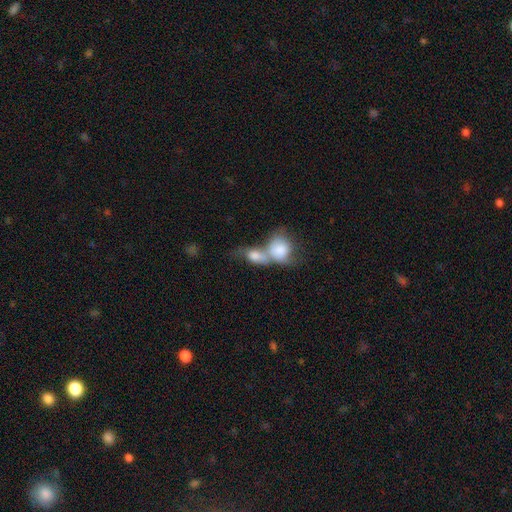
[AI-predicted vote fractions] smooth_or_featured: smooth (p=0.73) [alt: featured or disk p=0.20]
how_rounded: in between (p=0.62) [alt: round p=0.33]
merging: merger (p=0.76) [alt: none p=0.12]